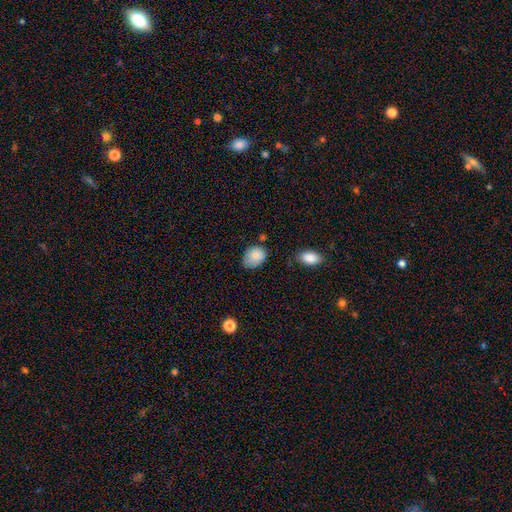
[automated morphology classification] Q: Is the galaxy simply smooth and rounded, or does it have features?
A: smooth — 83%.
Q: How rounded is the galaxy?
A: in between — 64%.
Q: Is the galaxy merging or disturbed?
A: none — 52%.